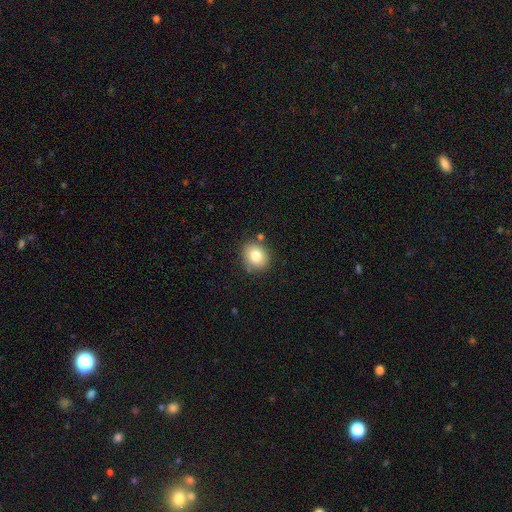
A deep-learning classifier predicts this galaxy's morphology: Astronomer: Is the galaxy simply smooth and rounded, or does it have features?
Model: smooth — 79%.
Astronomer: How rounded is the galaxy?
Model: round — 73%.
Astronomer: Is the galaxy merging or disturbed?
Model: none — 80%.